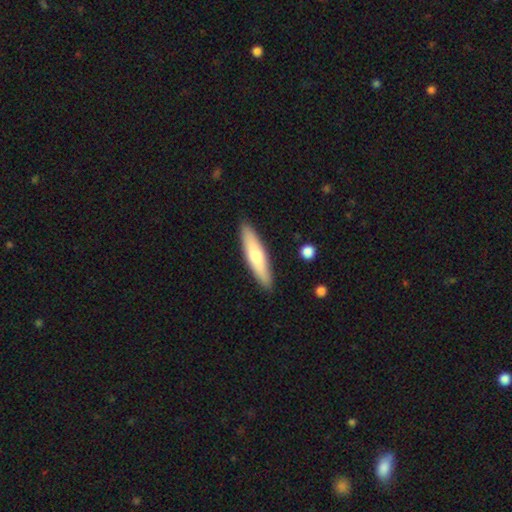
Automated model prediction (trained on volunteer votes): This is likely a smooth galaxy (63%). How rounded: likely cigar-shaped (79%). Merging: clearly none (90%).